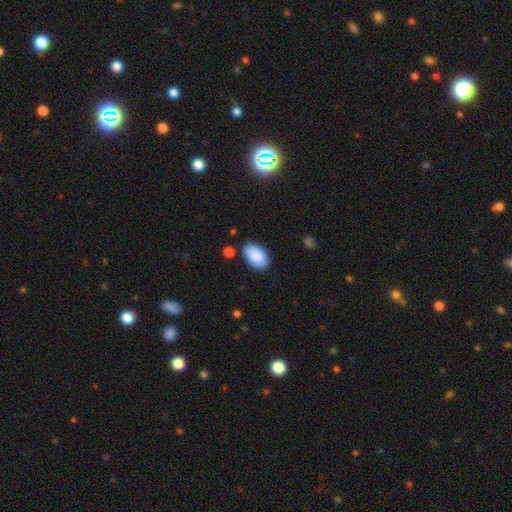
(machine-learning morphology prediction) Overall: smooth (89%). How rounded: in between (94%). Merging: none (81%).